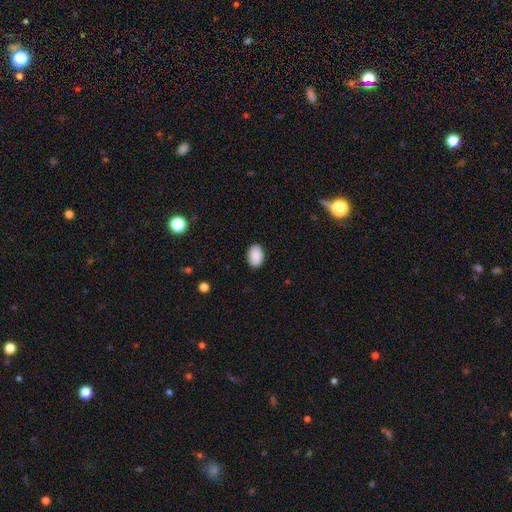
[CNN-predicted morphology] A smooth galaxy with no disk features (90%) that is in between round and cigar-shaped (86%). Merging: none (88%).